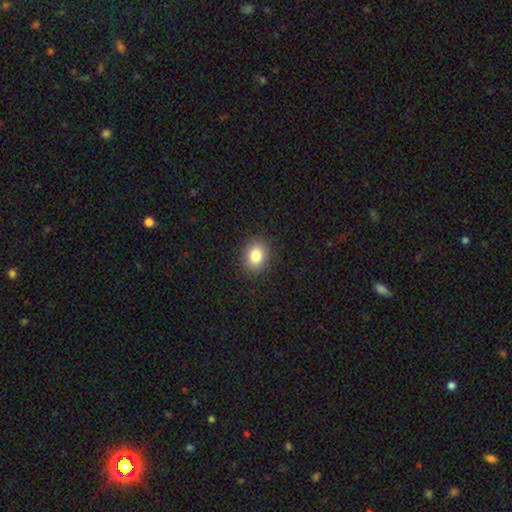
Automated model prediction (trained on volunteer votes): Q: Smooth or featured?
A: smooth (83%); runner-up: star or artifact (10%)
Q: How rounded?
A: round (51%); runner-up: in between (48%)
Q: Merging?
A: none (89%); runner-up: minor disturbance (8%)